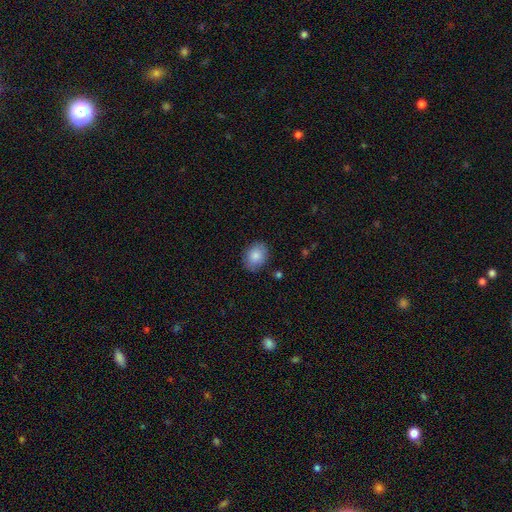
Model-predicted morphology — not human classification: smooth 85%, featured or disk 8%, star or artifact 7%. Down the decision tree: how rounded — in between (60%); merging — none (83%).